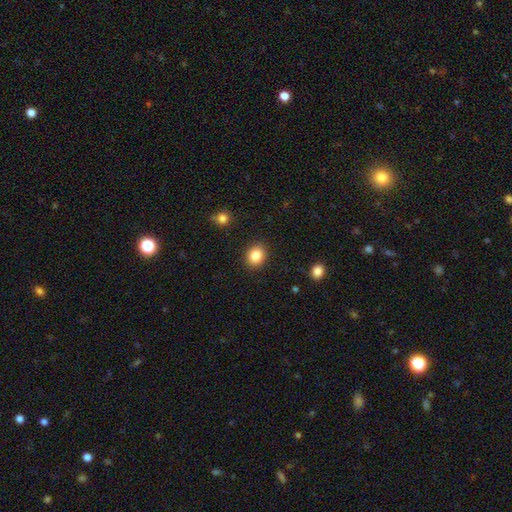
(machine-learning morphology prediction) smooth_or_featured: smooth (p=0.85) [alt: star or artifact p=0.10]
how_rounded: round (p=0.68) [alt: in between p=0.31]
merging: none (p=0.90) [alt: minor disturbance p=0.07]